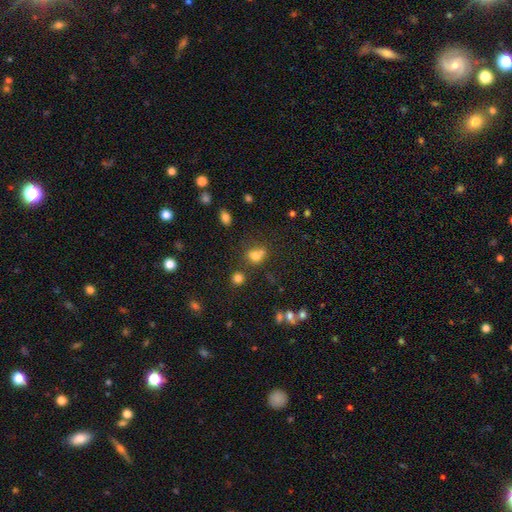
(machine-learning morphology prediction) The model was most divided on "merging": none: 43%, merger: 38%, minor disturbance: 13%, major disturbance: 6%. More confident: smooth or featured — smooth (69%); how rounded — round (63%).